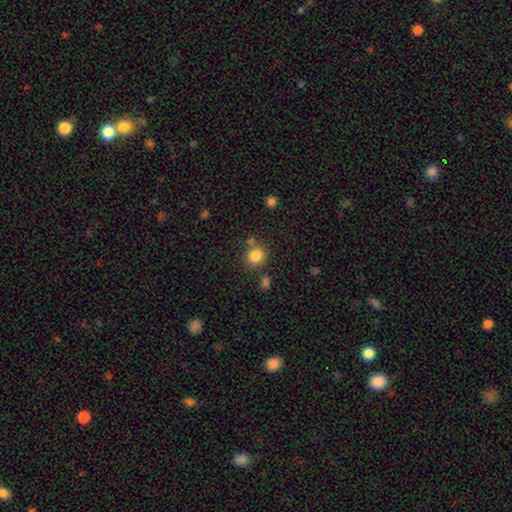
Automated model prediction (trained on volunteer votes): This appears to be a smooth galaxy with no disk features (84%) that is round (77%). Merging: none (73%).